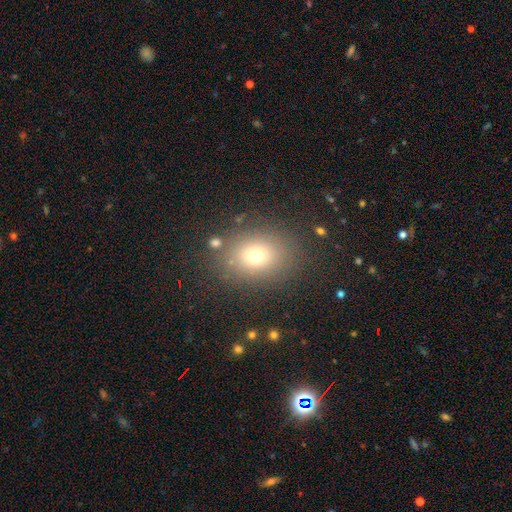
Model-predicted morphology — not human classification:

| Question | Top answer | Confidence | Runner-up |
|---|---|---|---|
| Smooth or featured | smooth | 71% | star or artifact (18%) |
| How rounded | round | 51% | in between (48%) |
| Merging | none | 82% | minor disturbance (10%) |